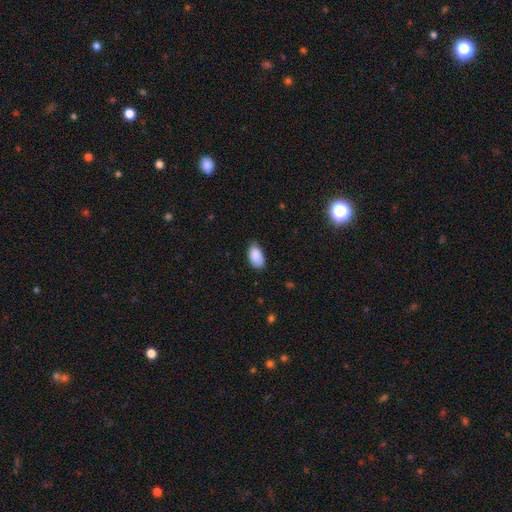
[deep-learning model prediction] Smooth or featured? smooth (89%)
How rounded? in between (95%)
Merging? none (72%)